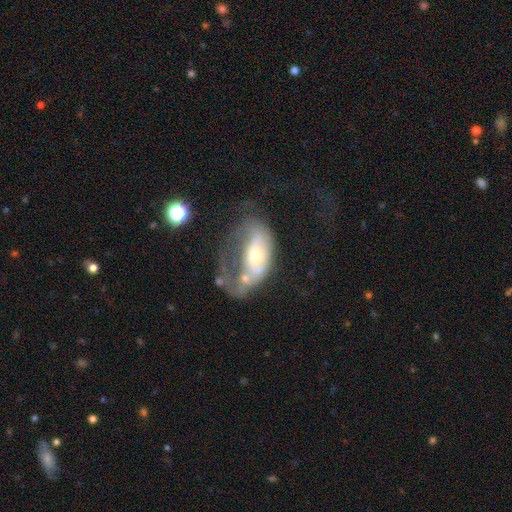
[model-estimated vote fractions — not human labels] Smooth or featured? Predicted: featured or disk (p=0.58). Edge-on disk? Predicted: no (p=0.92). Bar? Predicted: no (p=0.74). Spiral arms? Predicted: no (p=0.60). Bulge size? Predicted: moderate (p=0.55). Merging? Predicted: major disturbance (p=0.52).